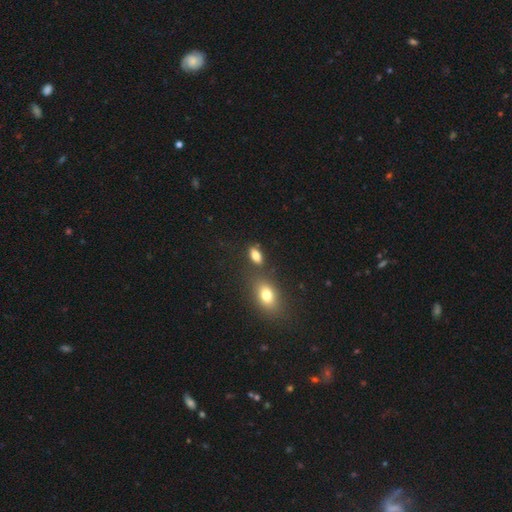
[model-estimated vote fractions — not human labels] smooth 81%, star or artifact 11%, featured or disk 9%. Down the decision tree: how rounded — in between (86%); merging — none (70%).